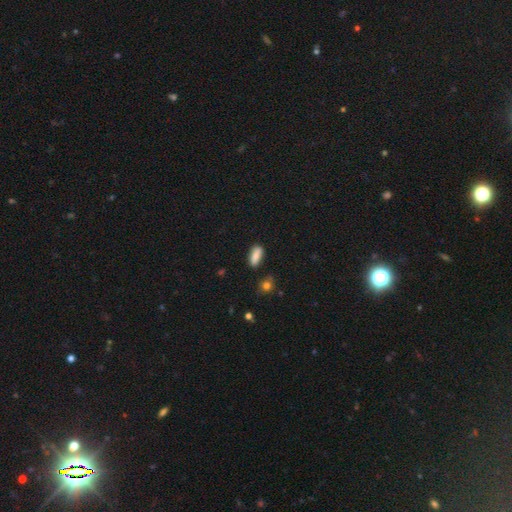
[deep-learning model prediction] Smooth or featured: smooth — 85% (star or artifact — 8%)
How rounded: in between — 63% (cigar-shaped — 33%)
Merging: none — 81% (minor disturbance — 13%)